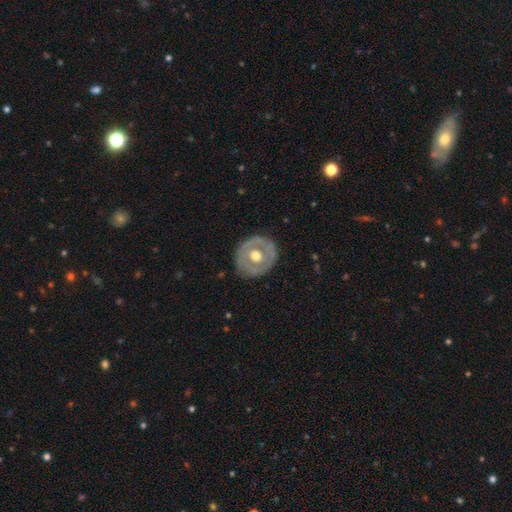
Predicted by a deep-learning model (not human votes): Morphology: type=featured or disk (59%); edge-on=no (95%); bar=no (84%); spiral arms=no (85%); bulge=moderate (73%); merging=none (83%).